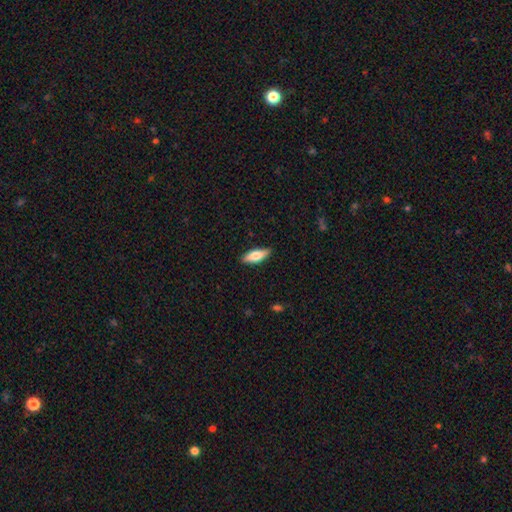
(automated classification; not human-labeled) This appears to be a smooth galaxy with no disk features (70%) that is in between round and cigar-shaped (65%). Merging: none (88%).